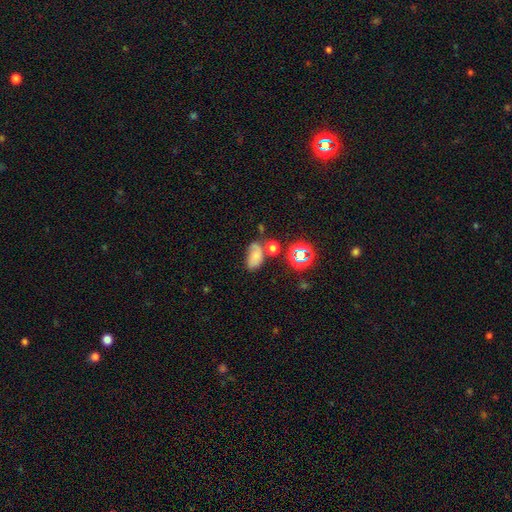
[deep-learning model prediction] smooth_or_featured: smooth (p=0.56) [alt: featured or disk p=0.25]
how_rounded: in between (p=0.87) [alt: round p=0.11]
merging: none (p=0.48) [alt: minor disturbance p=0.26]